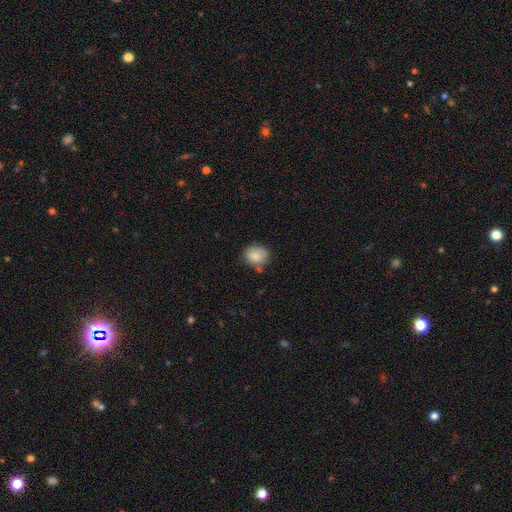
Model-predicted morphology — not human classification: A smooth galaxy with no disk features (82%) that is round (64%). Merging: none (66%).